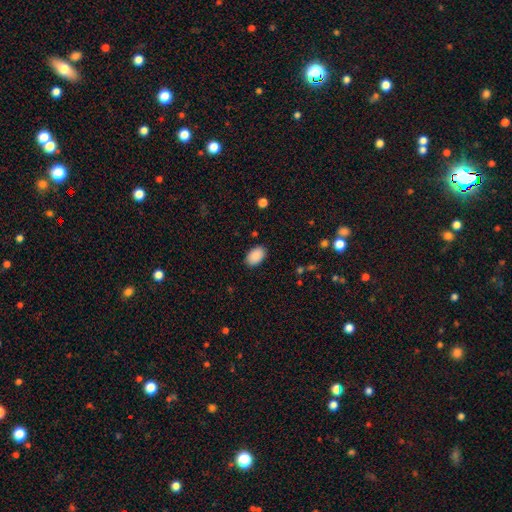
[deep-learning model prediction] Smooth or featured? Predicted: smooth (p=0.90). How rounded? Predicted: in between (p=0.90). Merging? Predicted: none (p=0.87).